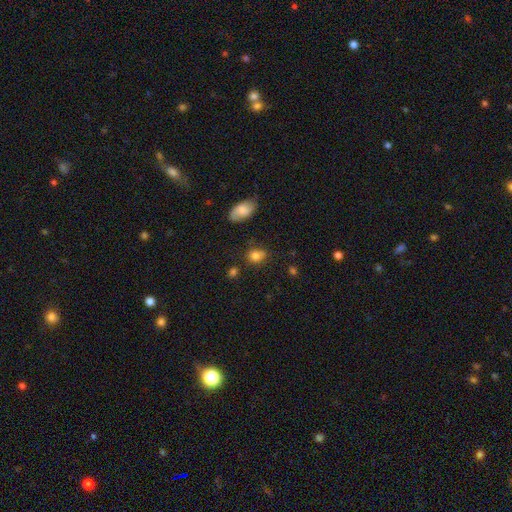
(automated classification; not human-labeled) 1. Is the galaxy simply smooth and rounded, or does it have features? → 80% smooth, 12% star or artifact, 8% featured or disk.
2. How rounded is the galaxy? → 54% round, 44% in between, 2% cigar-shaped.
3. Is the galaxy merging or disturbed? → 63% none, 20% minor disturbance, 11% merger, 6% major disturbance.